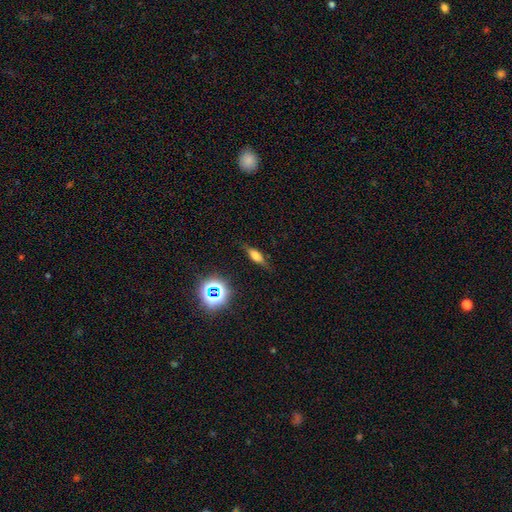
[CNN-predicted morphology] A smooth galaxy with no disk features (53%) that is in between round and cigar-shaped (51%).

Vote fractions:
- Smooth or featured? smooth: 53% / featured or disk: 32% / star or artifact: 15%
- How rounded? in between: 51% / cigar-shaped: 41% / round: 8%
- Merging? none: 77% / minor disturbance: 16% / major disturbance: 5% / merger: 2%